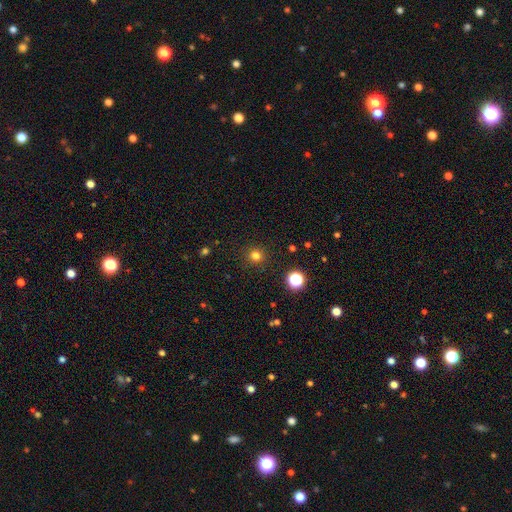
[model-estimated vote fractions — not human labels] Smooth or featured: smooth — 77% (star or artifact — 18%)
How rounded: round — 93% (in between — 6%)
Merging: none — 91% (minor disturbance — 6%)